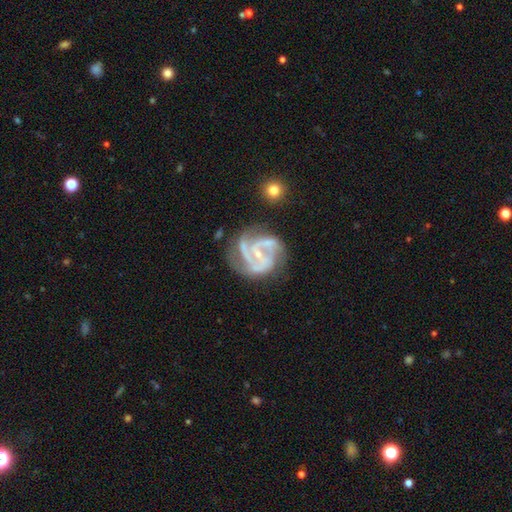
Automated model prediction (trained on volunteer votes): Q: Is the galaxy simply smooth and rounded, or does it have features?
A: featured or disk — 88%.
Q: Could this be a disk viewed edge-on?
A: no — 98%.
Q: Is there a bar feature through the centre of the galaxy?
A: no — 46%.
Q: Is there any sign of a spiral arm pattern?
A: yes — 97%.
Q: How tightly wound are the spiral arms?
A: medium — 48%.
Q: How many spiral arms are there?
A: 3 — 50%.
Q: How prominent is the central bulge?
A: small — 72%.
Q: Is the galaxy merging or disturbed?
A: none — 60%.